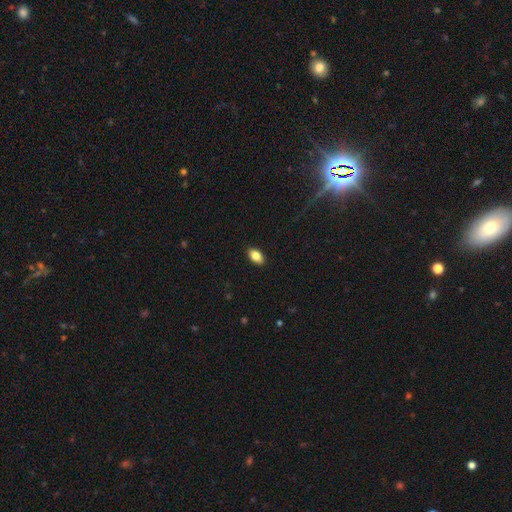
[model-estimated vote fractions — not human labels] This appears to be a smooth galaxy with no disk features (84%) that is in between round and cigar-shaped (91%). Merging: none (90%).